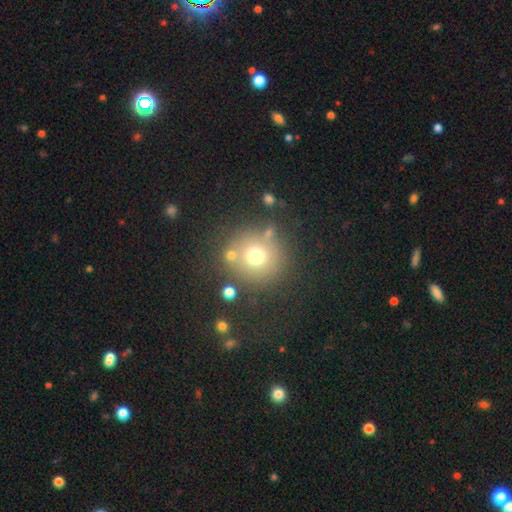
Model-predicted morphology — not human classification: Smooth or featured?
  - smooth: 69% *
  - star or artifact: 17%
  - featured or disk: 14%
How rounded?
  - round: 93% *
  - in between: 6%
  - cigar-shaped: 1%
Merging?
  - none: 76% *
  - minor disturbance: 10%
  - merger: 9%
  - major disturbance: 5%